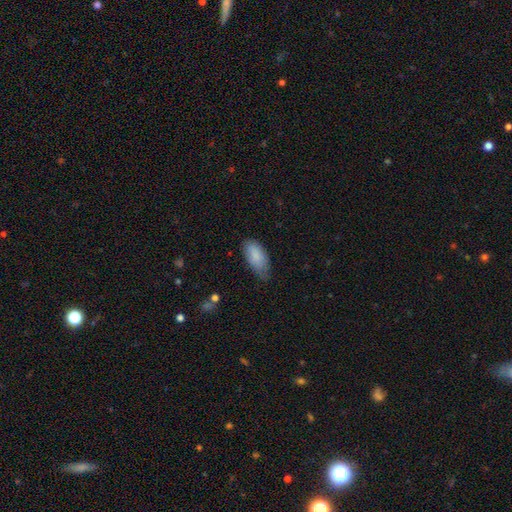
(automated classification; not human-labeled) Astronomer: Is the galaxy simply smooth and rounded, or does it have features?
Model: smooth — 86%.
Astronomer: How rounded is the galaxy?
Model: in between — 91%.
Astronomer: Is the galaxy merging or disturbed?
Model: none — 56% (runner-up: minor disturbance, 36%).